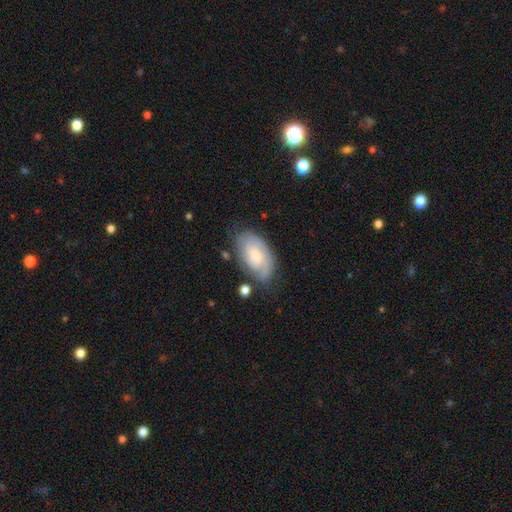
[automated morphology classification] Smooth or featured? featured or disk (51%)
Edge-on disk? no (94%)
Merging? none (62%)